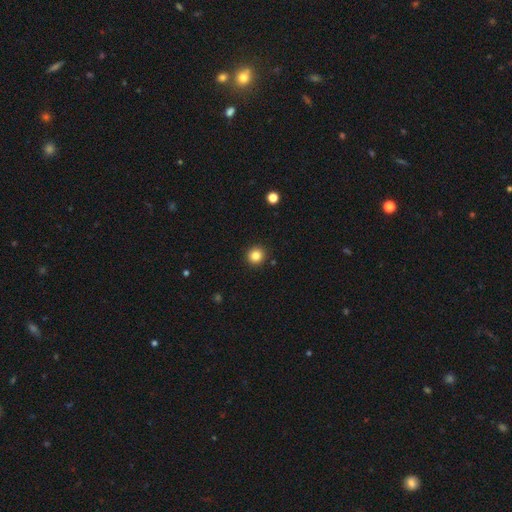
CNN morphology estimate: This is clearly a smooth galaxy (84%). How rounded: clearly round (94%). Merging: clearly none (92%).